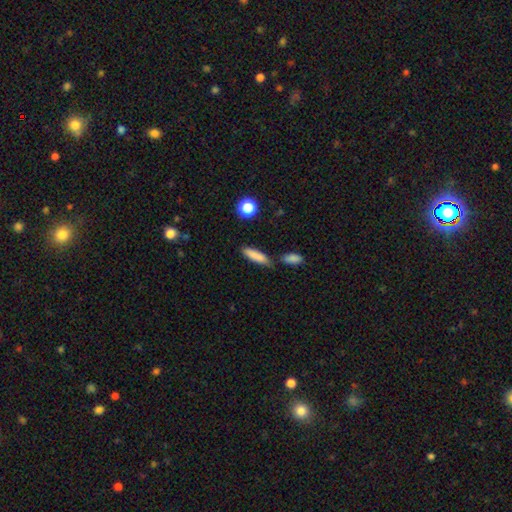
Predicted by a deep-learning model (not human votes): Overall: smooth (84%). How rounded: cigar-shaped (67%; in between 30%). Merging: none (64%).